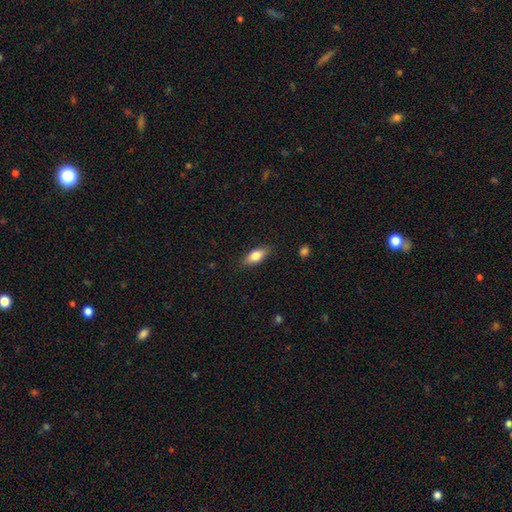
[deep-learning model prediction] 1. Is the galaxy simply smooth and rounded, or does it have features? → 76% smooth, 17% featured or disk, 7% star or artifact.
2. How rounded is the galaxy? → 79% in between, 17% cigar-shaped, 4% round.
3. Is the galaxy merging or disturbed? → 85% none, 11% minor disturbance, 3% major disturbance, 1% merger.